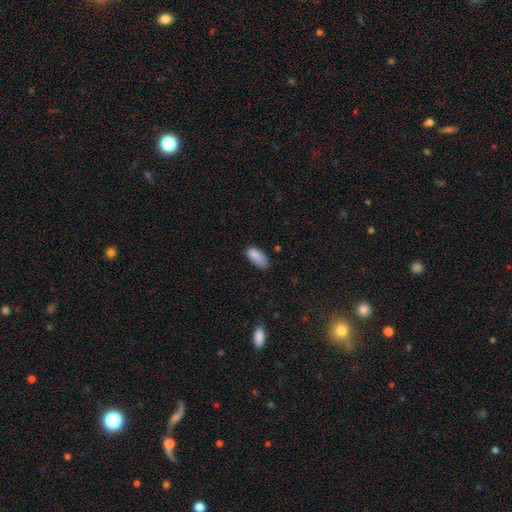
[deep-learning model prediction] A smooth galaxy with no disk features (86%) that is in between round and cigar-shaped (89%). Merging: none (57%).